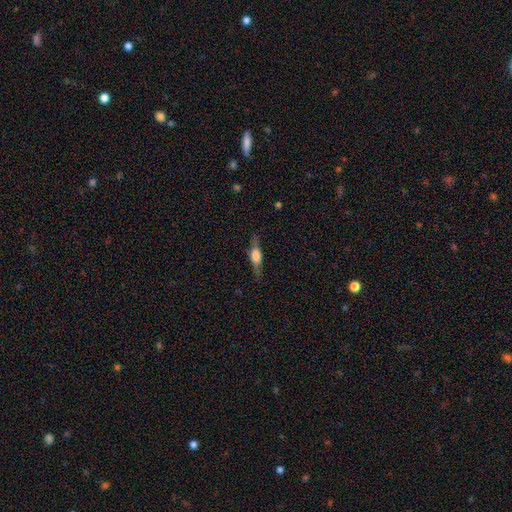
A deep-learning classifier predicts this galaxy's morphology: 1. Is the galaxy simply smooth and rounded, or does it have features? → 55% featured or disk, 38% smooth, 7% star or artifact.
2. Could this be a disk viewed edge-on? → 93% yes, 7% no.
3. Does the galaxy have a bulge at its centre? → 80% rounded, 17% boxy, 3% none.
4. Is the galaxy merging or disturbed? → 80% none, 14% minor disturbance, 4% major disturbance, 1% merger.